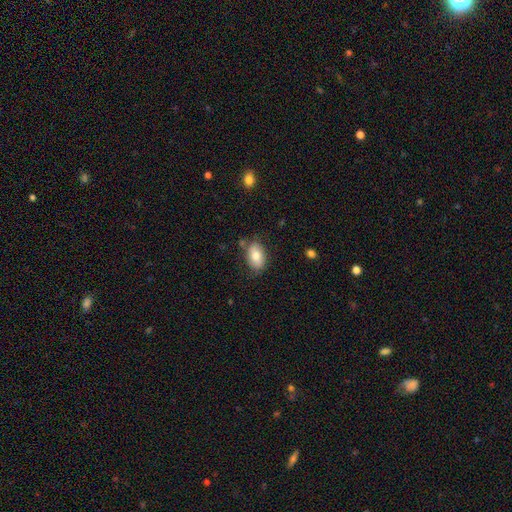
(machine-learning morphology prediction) smooth_or_featured: smooth (p=0.78) [alt: featured or disk p=0.15]
how_rounded: in between (p=0.90) [alt: round p=0.08]
merging: none (p=0.76) [alt: minor disturbance p=0.17]